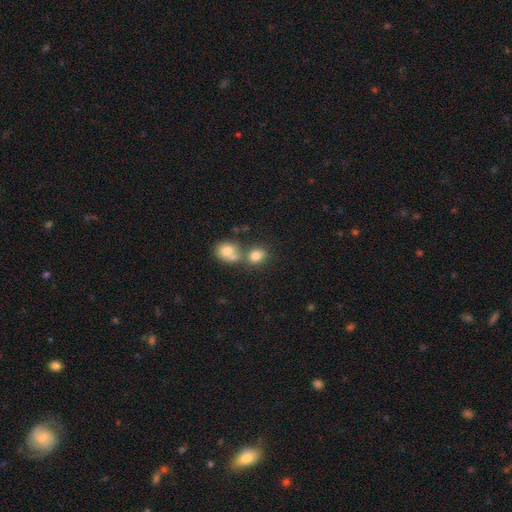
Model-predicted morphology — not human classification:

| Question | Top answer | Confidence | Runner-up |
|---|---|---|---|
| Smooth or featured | smooth | 79% | star or artifact (11%) |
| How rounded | round | 58% | in between (41%) |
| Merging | none | 45% | merger (42%) |